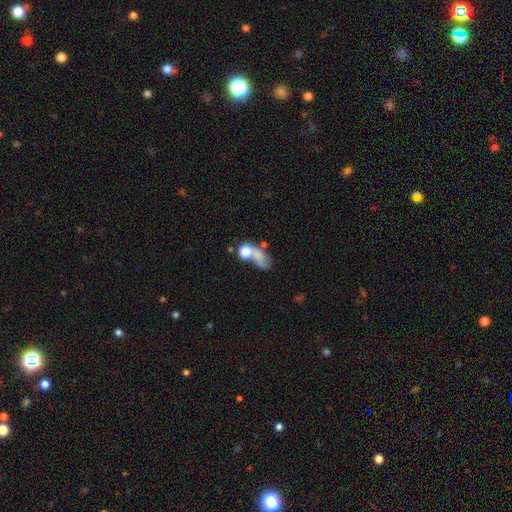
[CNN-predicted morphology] Smooth or featured: smooth — 60% (featured or disk — 23%)
How rounded: in between — 59% (round — 35%)
Merging: merger — 39% (major disturbance — 25%)